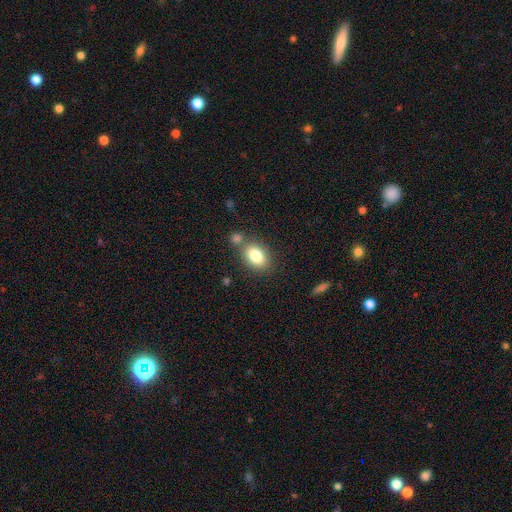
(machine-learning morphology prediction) type=smooth (81%); roundness=in between (81%); merging=none (67%).